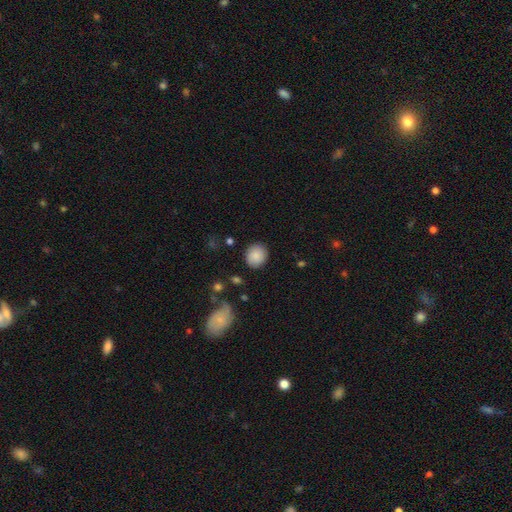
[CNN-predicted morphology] smooth 85%, star or artifact 8%, featured or disk 7%. Down the decision tree: how rounded — round (76%); merging — none (85%).